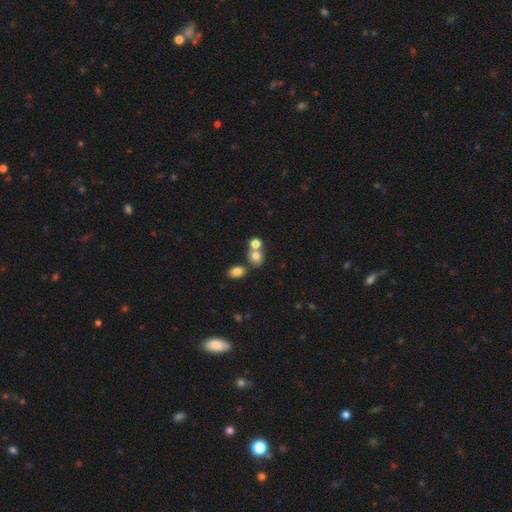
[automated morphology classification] Smooth or featured? Predicted: smooth (p=0.76). How rounded? Predicted: round (p=0.63). Merging? Predicted: merger (p=0.45).